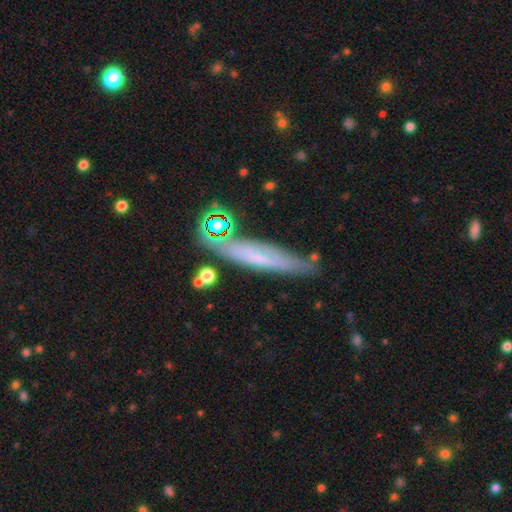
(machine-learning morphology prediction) The model was most divided on "smooth or featured": featured or disk: 45%, smooth: 42%, star or artifact: 13%. More confident: merging — none (70%).